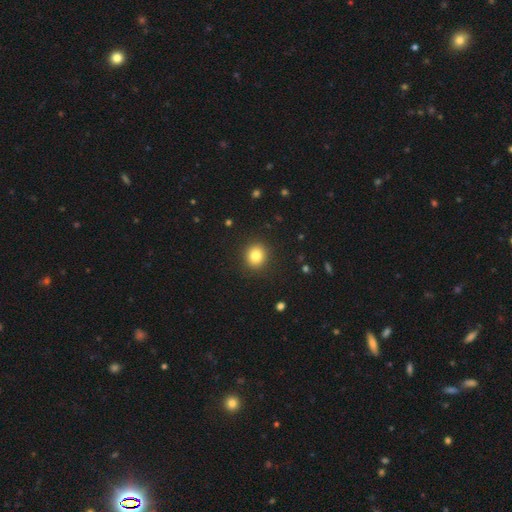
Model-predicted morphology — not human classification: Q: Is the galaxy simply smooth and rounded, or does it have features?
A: smooth — 82%.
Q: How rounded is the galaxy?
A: round — 86%.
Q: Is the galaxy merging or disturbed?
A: none — 91%.